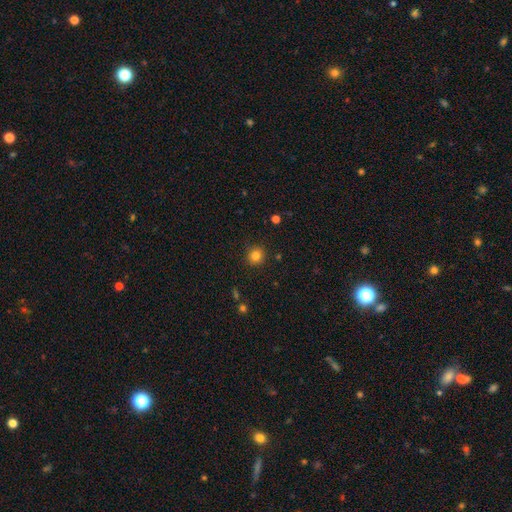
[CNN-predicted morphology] The model was most divided on "smooth or featured": smooth: 82%, star or artifact: 12%, featured or disk: 5%. More confident: how rounded — round (89%); merging — none (89%).